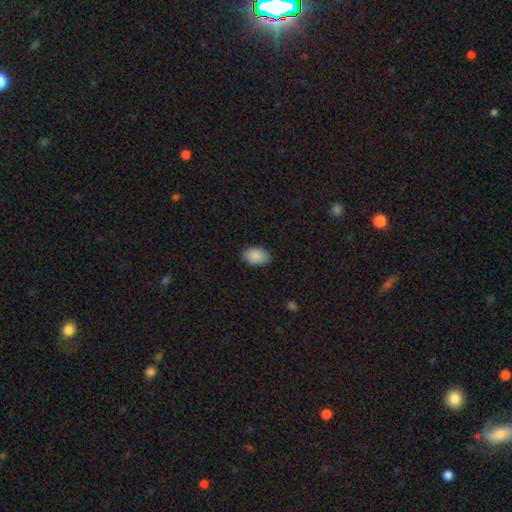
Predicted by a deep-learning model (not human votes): smooth-or-featured: smooth: 89% | star or artifact: 7% | featured or disk: 4%
  how-rounded: in between: 90% | round: 9% | cigar-shaped: 1%
  merging: none: 86% | minor disturbance: 11% | major disturbance: 2% | merger: 1%